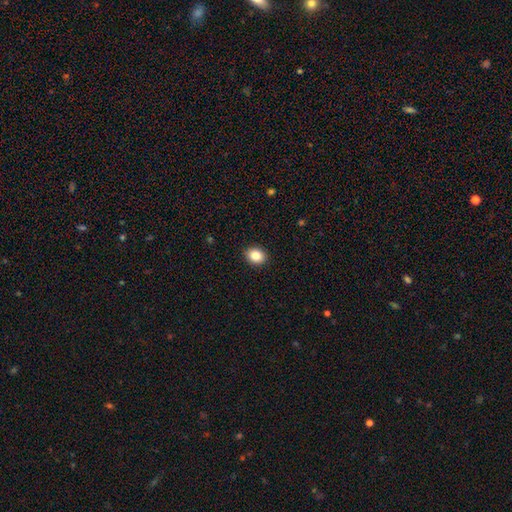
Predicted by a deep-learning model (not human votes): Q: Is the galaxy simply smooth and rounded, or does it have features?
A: smooth — 85%.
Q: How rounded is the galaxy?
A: round — 52%.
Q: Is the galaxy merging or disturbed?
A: none — 91%.